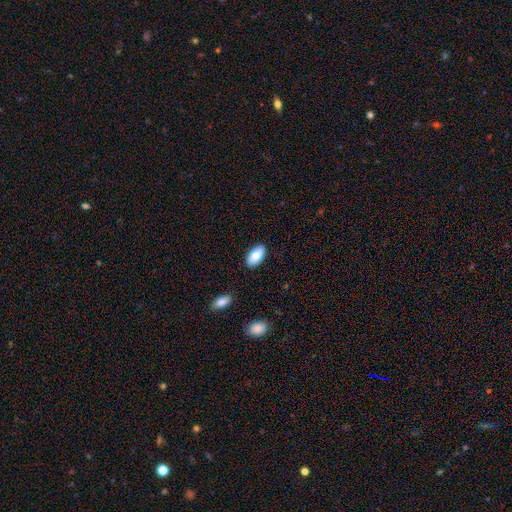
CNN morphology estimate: A smooth galaxy with no disk features (83%) that is in between round and cigar-shaped (94%). Merging: none (88%).